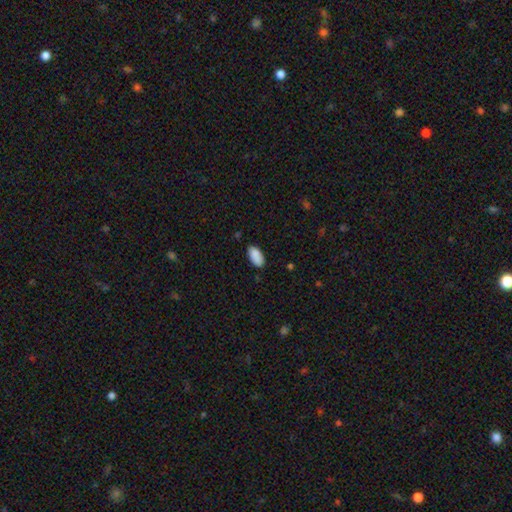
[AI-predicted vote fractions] Smooth or featured? smooth (90%)
How rounded? in between (94%)
Merging? none (84%)